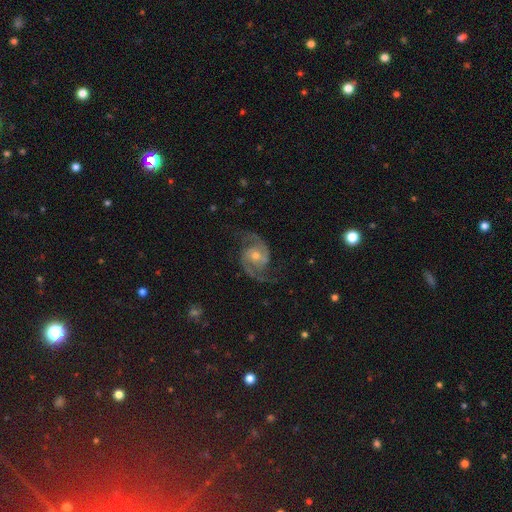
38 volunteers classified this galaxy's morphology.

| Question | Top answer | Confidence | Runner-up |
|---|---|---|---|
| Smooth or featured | featured or disk | 92% | star or artifact (5%) |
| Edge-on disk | no | 100% | — |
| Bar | weak | 57% | no (34%) |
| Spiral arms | yes | 100% | — |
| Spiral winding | medium | 51% | tight (34%) |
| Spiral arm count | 2 | 97% | 3 (3%) |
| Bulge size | moderate | 60% | small (34%) |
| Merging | none | 81% | minor disturbance (14%) |